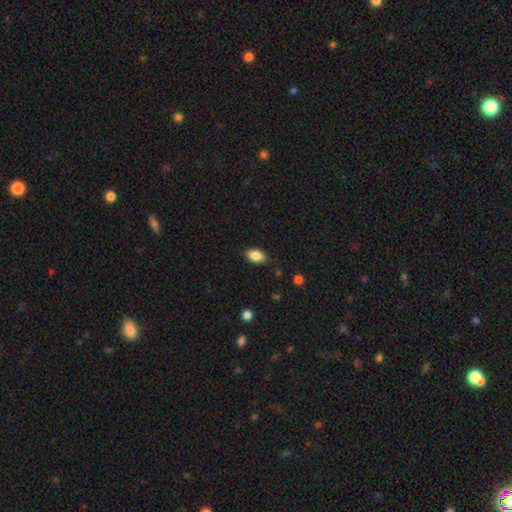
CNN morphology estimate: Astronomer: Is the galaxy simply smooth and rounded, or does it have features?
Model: smooth — 84%.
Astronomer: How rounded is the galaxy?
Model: in between — 89%.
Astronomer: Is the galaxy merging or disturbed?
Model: none — 81%.